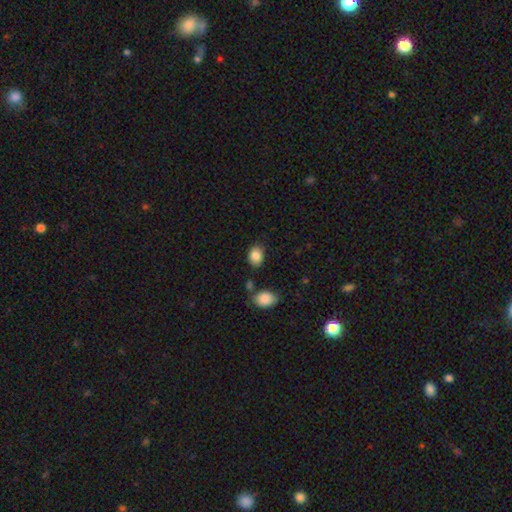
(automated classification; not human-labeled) Smooth or featured? smooth (86%)
How rounded? in between (69%)
Merging? none (79%)